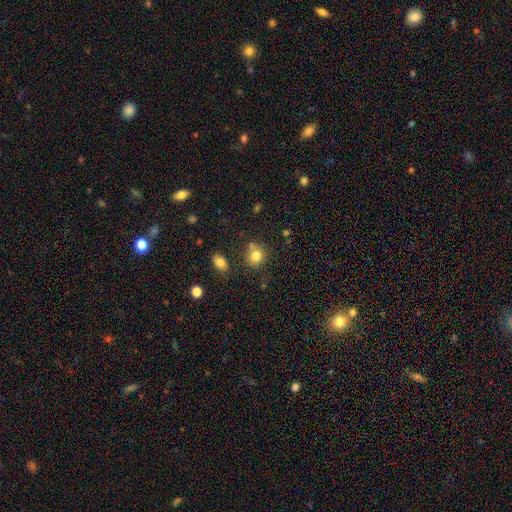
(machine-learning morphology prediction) Smooth or featured: smooth — 80% (star or artifact — 12%)
How rounded: round — 79% (in between — 20%)
Merging: none — 69% (minor disturbance — 14%)